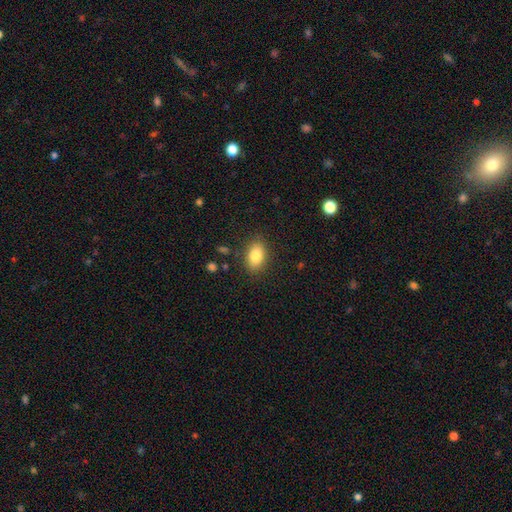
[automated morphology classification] type=smooth (83%); roundness=in between (88%); merging=none (86%).